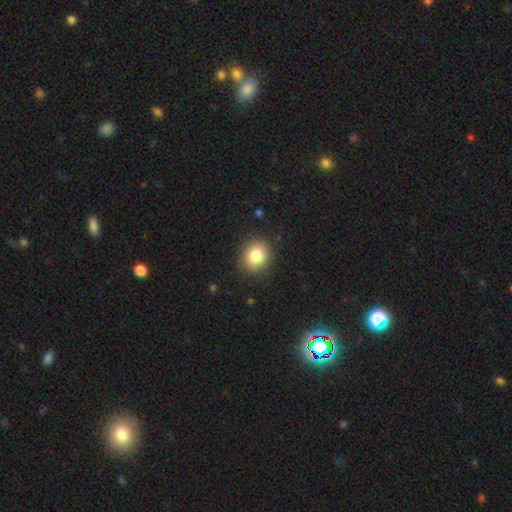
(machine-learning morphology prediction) smooth 82%, star or artifact 10%, featured or disk 8%. Down the decision tree: how rounded — round (75%); merging — none (88%).